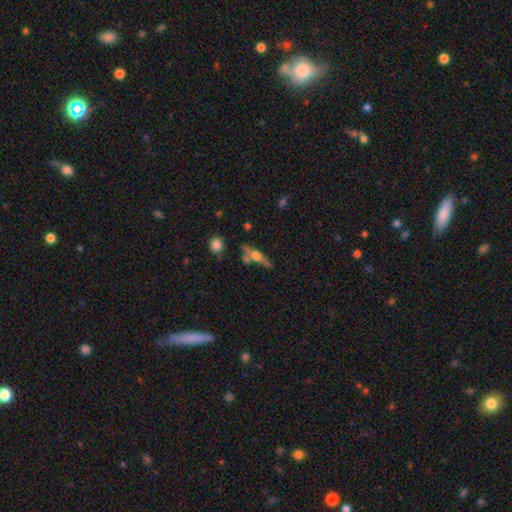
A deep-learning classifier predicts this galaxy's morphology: The model was most divided on "smooth or featured": featured or disk: 55%, smooth: 36%, star or artifact: 8%. More confident: edge-on disk — yes (88%); merging — none (58%).